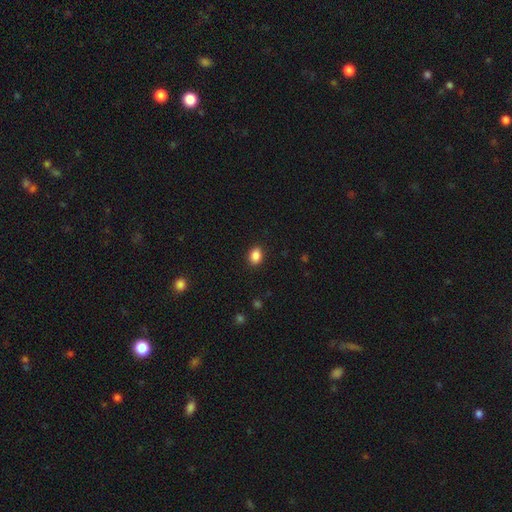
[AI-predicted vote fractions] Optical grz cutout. It shows a smooth galaxy with no disk features (87%) that is in between round and cigar-shaped (62%). Merging: none (89%).